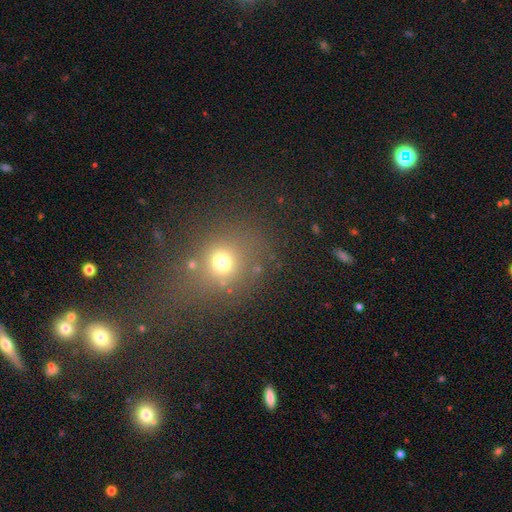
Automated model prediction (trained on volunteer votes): Smooth or featured: smooth — 54% (star or artifact — 34%)
How rounded: round — 72% (in between — 26%)
Merging: none — 57% (merger — 16%)